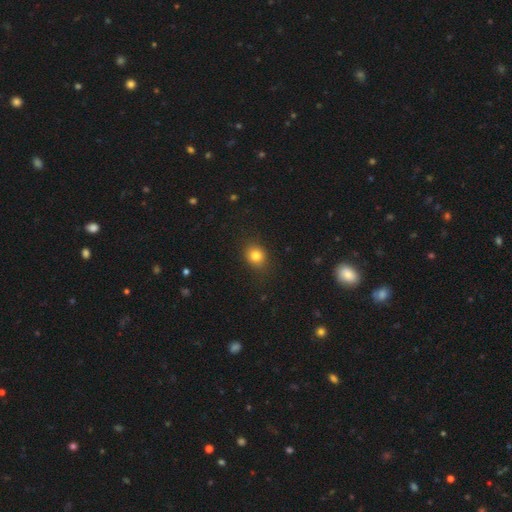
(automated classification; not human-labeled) This appears to be a smooth galaxy with no disk features (82%) that is round (65%). Merging: none (84%).